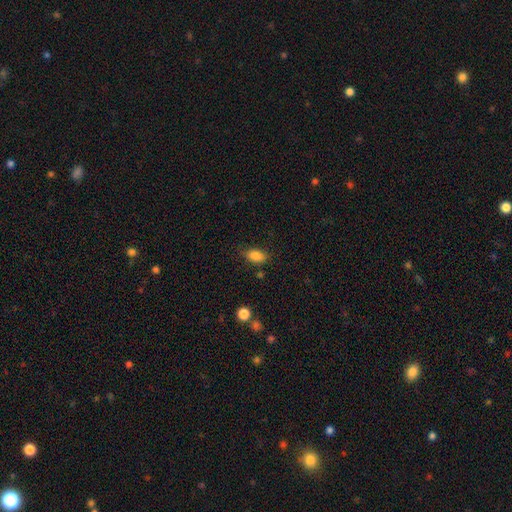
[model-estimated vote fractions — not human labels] This appears to be a smooth galaxy with no disk features (85%) that is in between round and cigar-shaped (88%). Merging: none (79%).